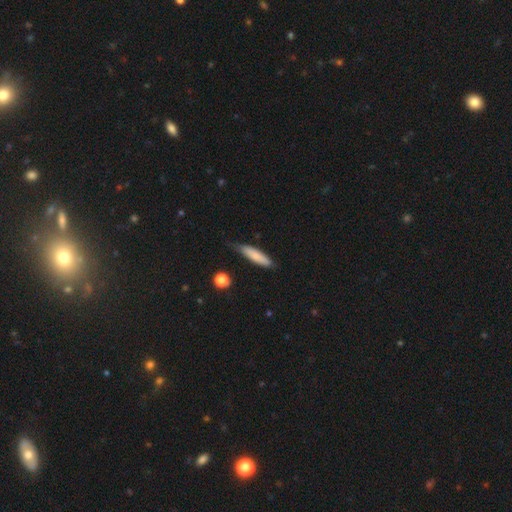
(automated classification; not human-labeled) This is likely a smooth galaxy (78%). How rounded: likely cigar-shaped (74%). Merging: likely none (66%).